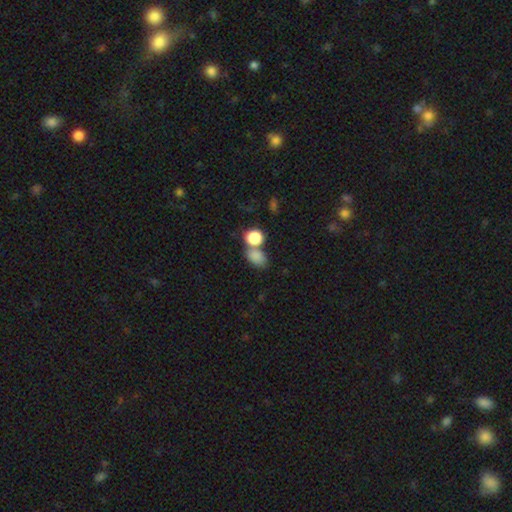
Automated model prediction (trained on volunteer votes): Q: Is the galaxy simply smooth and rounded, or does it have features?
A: smooth — 83%.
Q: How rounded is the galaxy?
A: in between — 69%.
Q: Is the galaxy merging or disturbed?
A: merger — 48%.